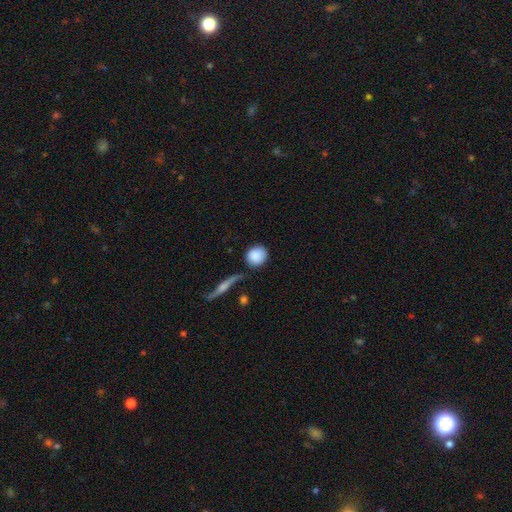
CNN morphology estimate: Overall: smooth (86%). How rounded: round (84%). Merging: none (74%).